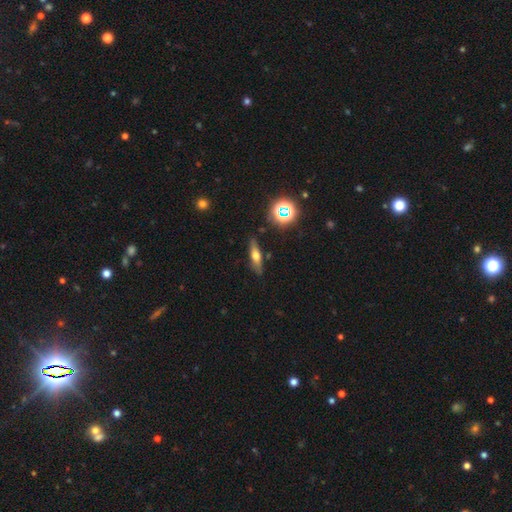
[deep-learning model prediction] A smooth galaxy with no disk features (47%). Merging: none (83%).